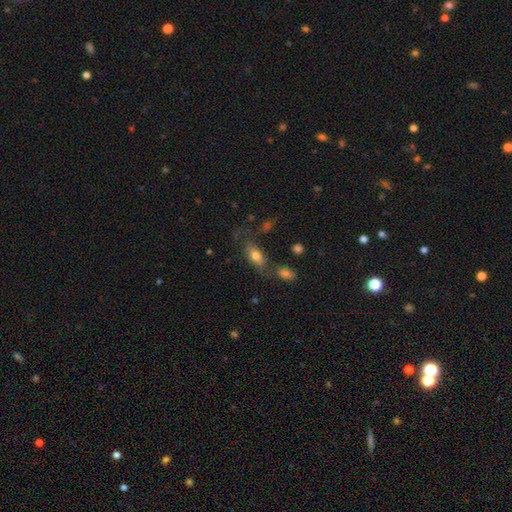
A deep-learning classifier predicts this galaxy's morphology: Smooth or featured? smooth (72%)
How rounded? in between (84%)
Merging? none (55%)